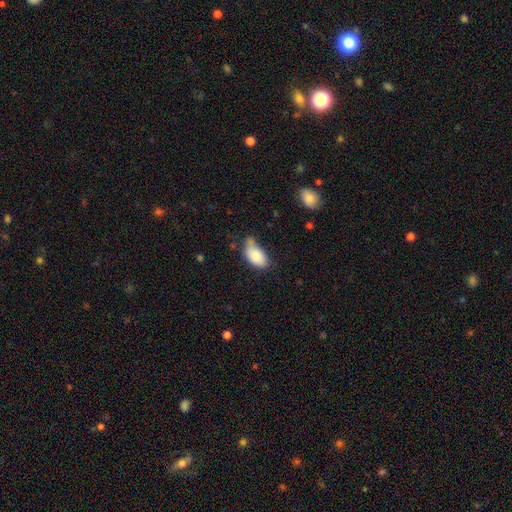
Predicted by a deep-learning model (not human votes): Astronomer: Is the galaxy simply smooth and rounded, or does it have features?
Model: smooth — 82%.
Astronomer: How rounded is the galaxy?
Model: in between — 93%.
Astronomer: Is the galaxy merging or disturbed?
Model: minor disturbance — 41% (runner-up: none, 40%).